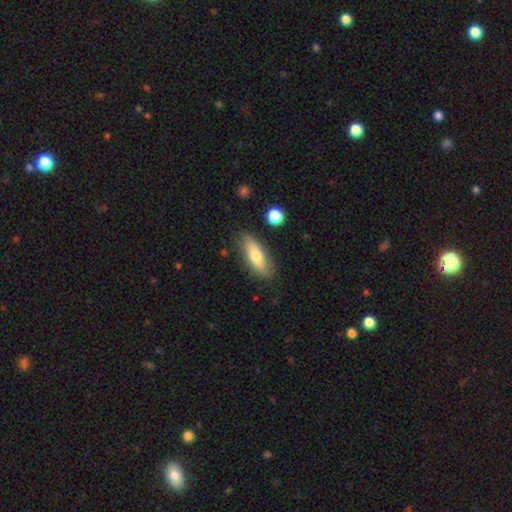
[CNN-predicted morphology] smooth_or_featured: smooth (p=0.67) [alt: featured or disk p=0.26]
how_rounded: in between (p=0.69) [alt: cigar-shaped p=0.28]
merging: none (p=0.82) [alt: minor disturbance p=0.13]